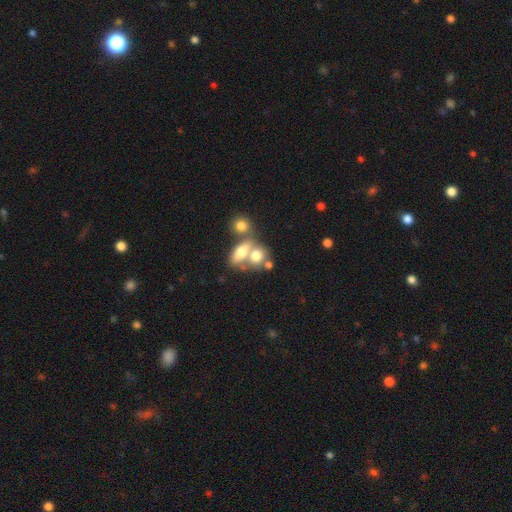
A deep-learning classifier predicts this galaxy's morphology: This appears to be a smooth galaxy with no disk features (68%) that is in between round and cigar-shaped (60%). Merging: merger (57%).